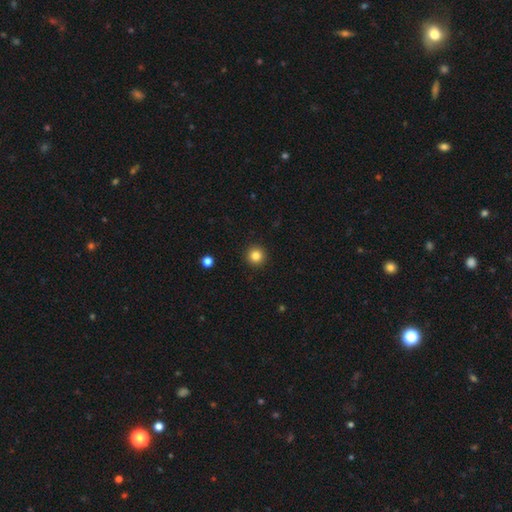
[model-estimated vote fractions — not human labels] This is clearly a smooth galaxy (84%). How rounded: clearly round (96%). Merging: clearly none (93%).